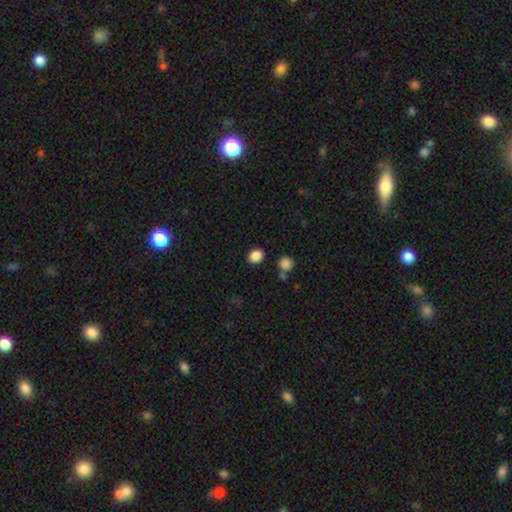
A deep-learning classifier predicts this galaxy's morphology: Q: Smooth or featured?
A: smooth (87%); runner-up: star or artifact (10%)
Q: How rounded?
A: round (57%); runner-up: in between (42%)
Q: Merging?
A: none (86%); runner-up: minor disturbance (8%)